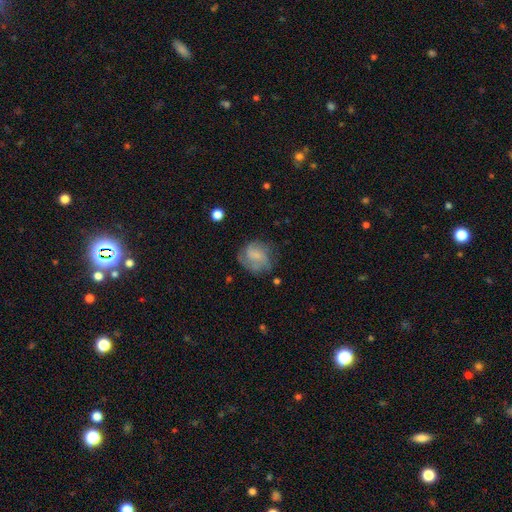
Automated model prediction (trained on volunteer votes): Smooth or featured: featured or disk — 48% (smooth — 44%)
Merging: none — 62% (minor disturbance — 23%)